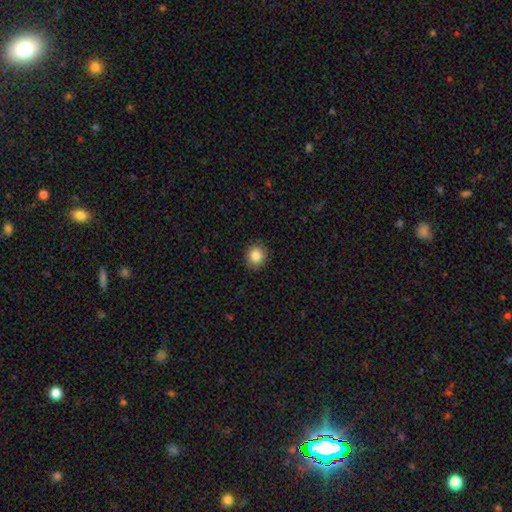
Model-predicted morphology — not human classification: Overall: smooth (85%). How rounded: round (84%). Merging: none (91%).